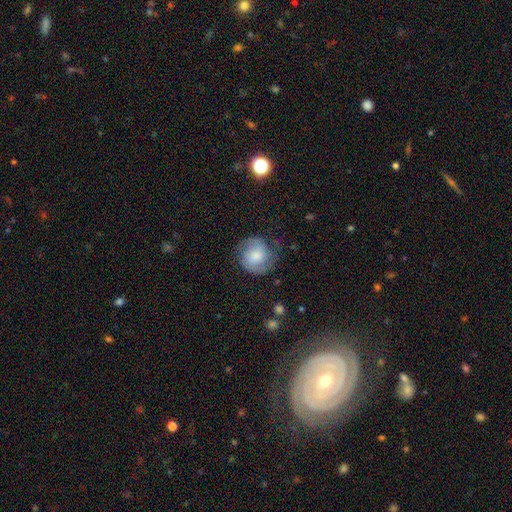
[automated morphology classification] Smooth or featured? Predicted: featured or disk (p=0.50). Edge-on disk? Predicted: no (p=0.98). Merging? Predicted: none (p=0.65).